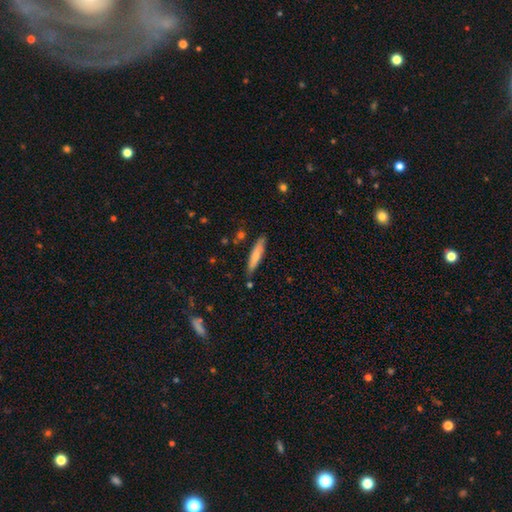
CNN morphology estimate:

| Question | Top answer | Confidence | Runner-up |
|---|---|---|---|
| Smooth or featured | smooth | 72% | featured or disk (22%) |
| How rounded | cigar-shaped | 88% | in between (11%) |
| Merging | none | 82% | minor disturbance (13%) |